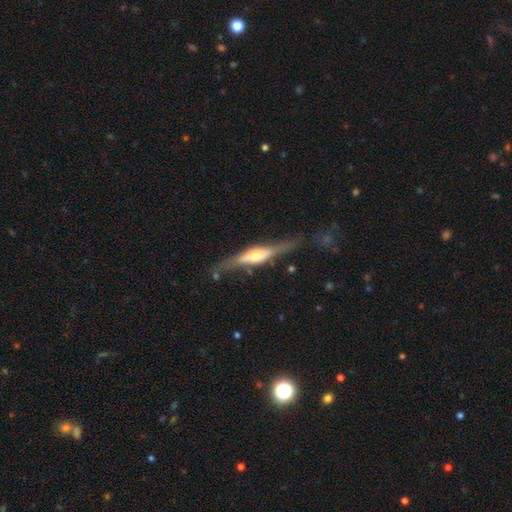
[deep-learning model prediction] Smooth or featured? featured or disk (73%)
Edge-on disk? yes (93%)
Edge-on bulge? rounded (81%)
Merging? none (73%)